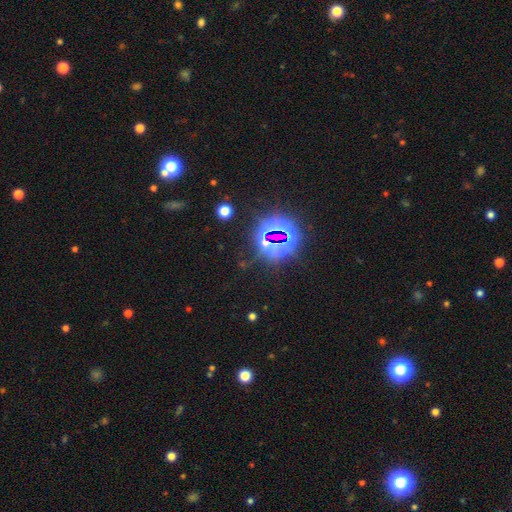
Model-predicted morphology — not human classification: This is clearly a star or artifact rather than a galaxy (81%).